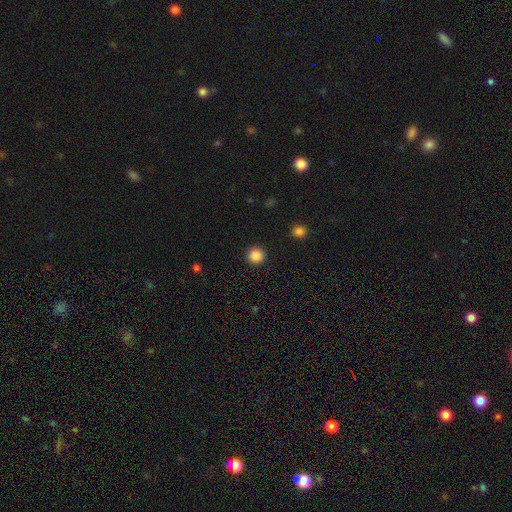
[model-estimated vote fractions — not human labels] smooth 86%, star or artifact 10%, featured or disk 3%. Down the decision tree: how rounded — round (96%); merging — none (93%).